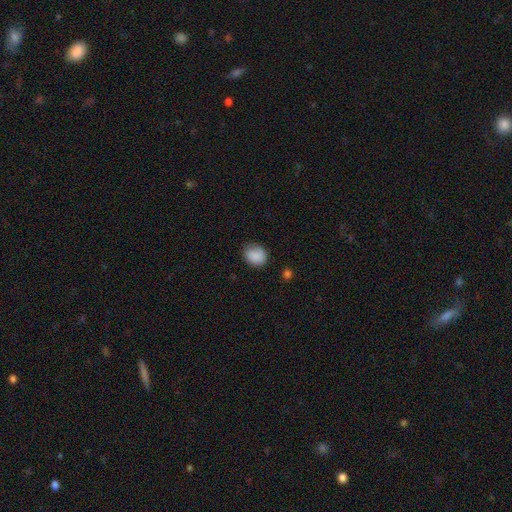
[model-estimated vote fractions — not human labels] The model was most divided on "how rounded": round: 54%, in between: 46%, cigar-shaped: 1%. More confident: smooth or featured — smooth (87%); merging — none (74%).